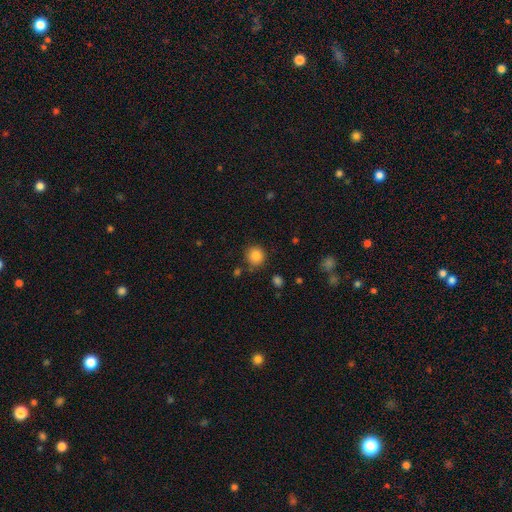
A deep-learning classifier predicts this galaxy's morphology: The model was most divided on "smooth or featured": smooth: 85%, star or artifact: 10%, featured or disk: 5%. More confident: how rounded — round (91%); merging — none (84%).